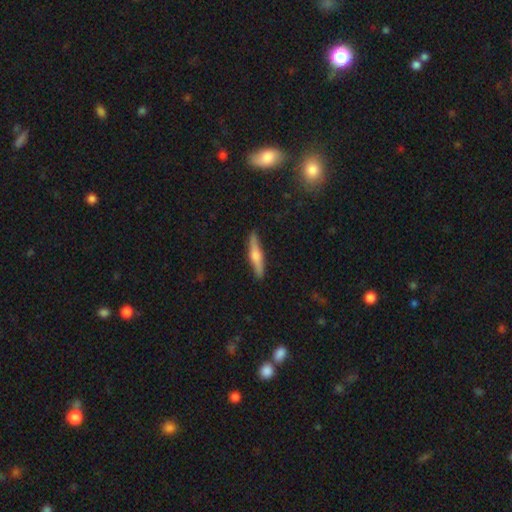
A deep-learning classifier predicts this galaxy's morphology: smooth-or-featured: featured or disk: 51% | smooth: 43% | star or artifact: 6%
  disk-edge-on: yes: 95% | no: 5%
  merging: none: 89% | minor disturbance: 8% | major disturbance: 2% | merger: 1%